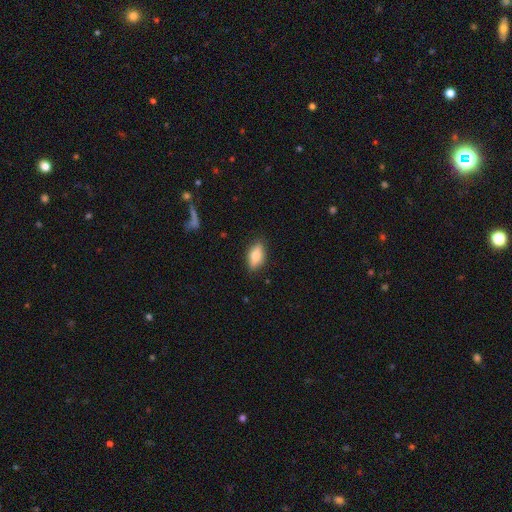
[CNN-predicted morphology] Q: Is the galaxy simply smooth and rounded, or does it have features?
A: smooth — 74%.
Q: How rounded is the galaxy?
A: in between — 84%.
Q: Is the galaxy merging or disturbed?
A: none — 83%.